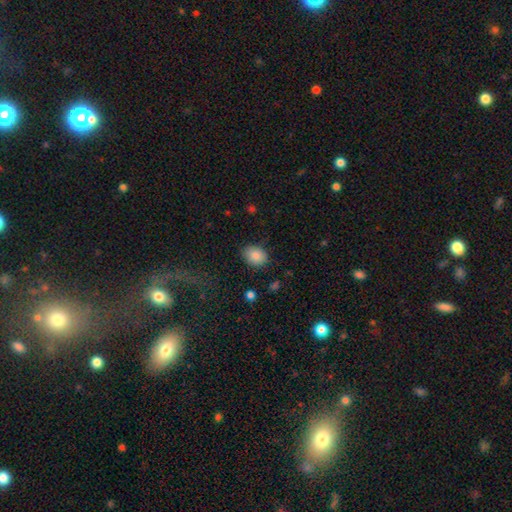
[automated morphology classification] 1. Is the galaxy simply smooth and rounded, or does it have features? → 87% smooth, 8% star or artifact, 5% featured or disk.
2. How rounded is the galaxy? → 57% in between, 42% round, 1% cigar-shaped.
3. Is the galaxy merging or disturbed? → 84% none, 12% minor disturbance, 3% major disturbance, 1% merger.